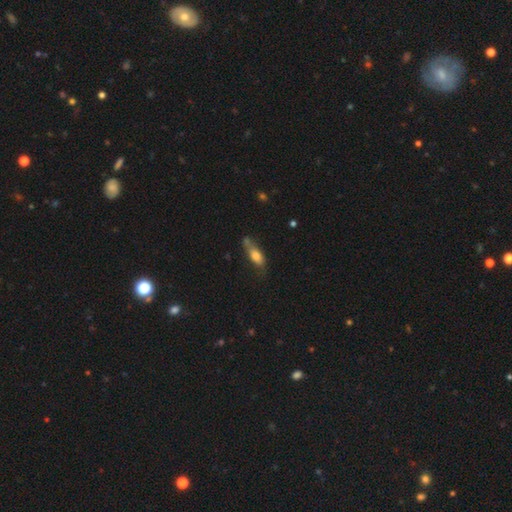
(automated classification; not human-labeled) Smooth or featured? Predicted: smooth (p=0.73). How rounded? Predicted: in between (p=0.65). Merging? Predicted: none (p=0.44).